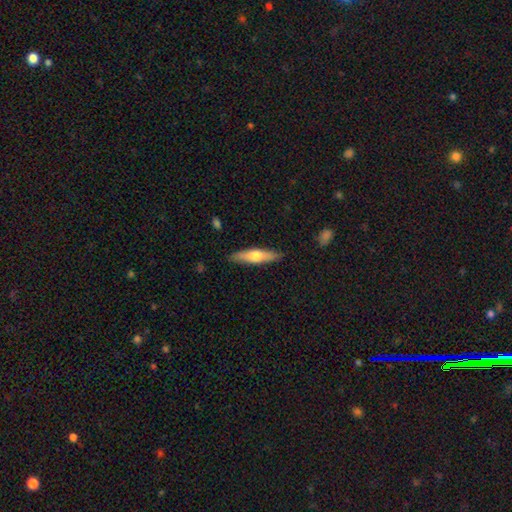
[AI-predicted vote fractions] smooth-or-featured: smooth: 53% | featured or disk: 42% | star or artifact: 5%
  how-rounded: cigar-shaped: 76% | in between: 22% | round: 2%
  merging: none: 88% | minor disturbance: 9% | major disturbance: 2% | merger: 1%